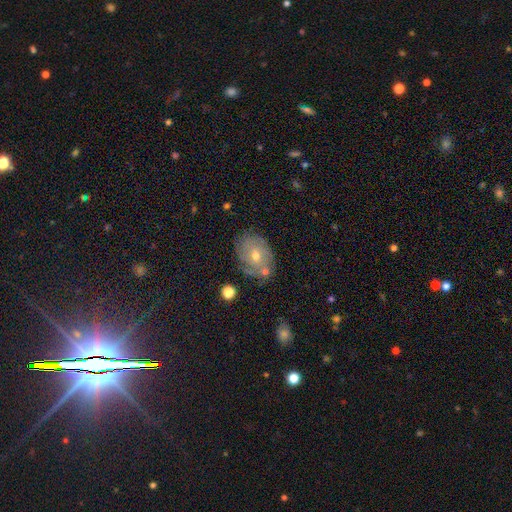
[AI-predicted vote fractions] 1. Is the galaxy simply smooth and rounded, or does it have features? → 56% featured or disk, 33% smooth, 12% star or artifact.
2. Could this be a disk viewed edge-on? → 95% no, 5% yes.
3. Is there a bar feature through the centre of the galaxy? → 78% no, 18% weak, 3% strong.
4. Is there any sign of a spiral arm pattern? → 73% yes, 27% no.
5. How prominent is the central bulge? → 53% moderate, 43% small, 2% large, 1% none, 1% dominant.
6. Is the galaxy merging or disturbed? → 67% none, 20% minor disturbance, 6% merger, 6% major disturbance.